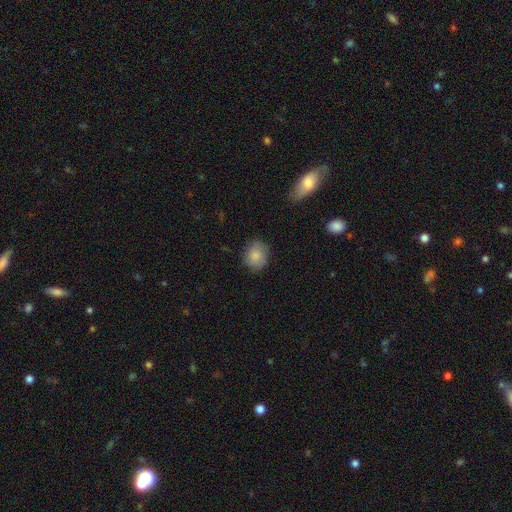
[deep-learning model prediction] smooth_or_featured: smooth (p=0.84) [alt: featured or disk p=0.08]
how_rounded: round (p=0.70) [alt: in between p=0.29]
merging: none (p=0.77) [alt: minor disturbance p=0.18]